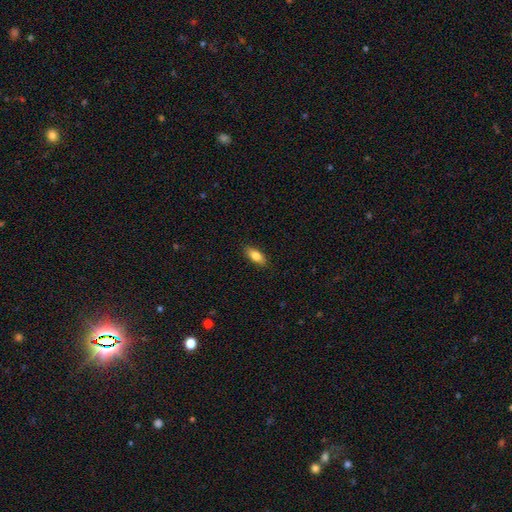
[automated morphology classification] type=smooth (80%); roundness=in between (81%); merging=none (88%).